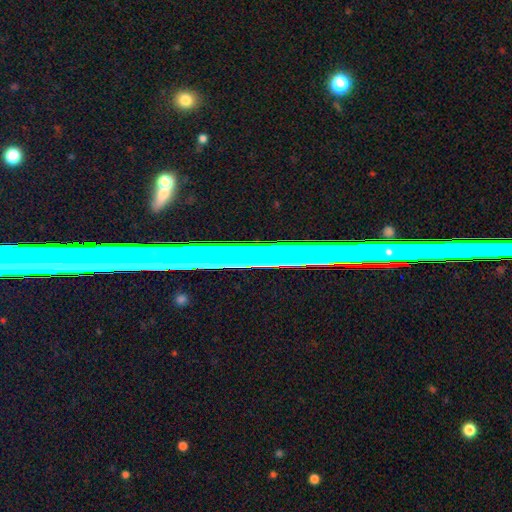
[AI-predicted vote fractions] Smooth or featured? Predicted: star or artifact (p=0.68).